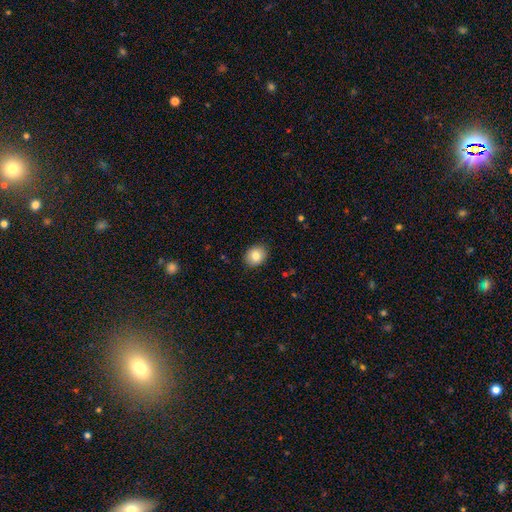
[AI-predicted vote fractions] This appears to be a smooth galaxy with no disk features (83%) that is round (57%). Merging: none (88%).